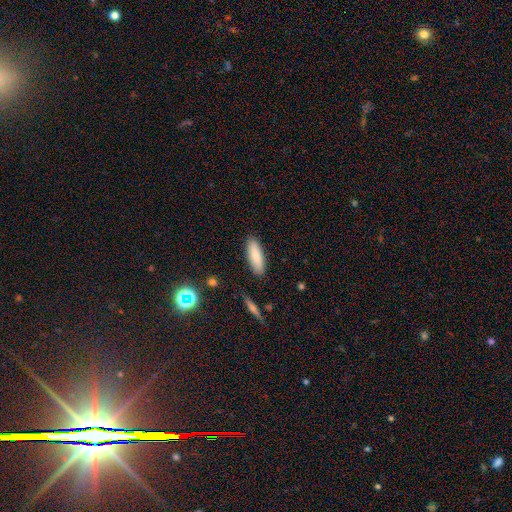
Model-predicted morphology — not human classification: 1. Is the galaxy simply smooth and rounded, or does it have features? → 85% smooth, 9% featured or disk, 7% star or artifact.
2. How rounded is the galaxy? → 60% in between, 39% cigar-shaped, 2% round.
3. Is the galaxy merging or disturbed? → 87% none, 9% minor disturbance, 2% major disturbance, 1% merger.